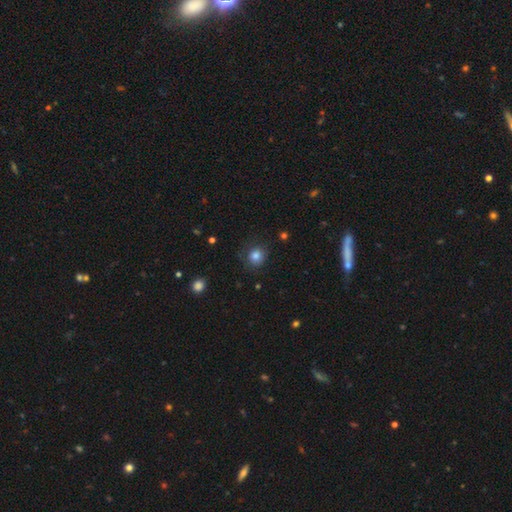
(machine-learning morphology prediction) A smooth galaxy with no disk features (83%) that is round (86%). Merging: none (79%).